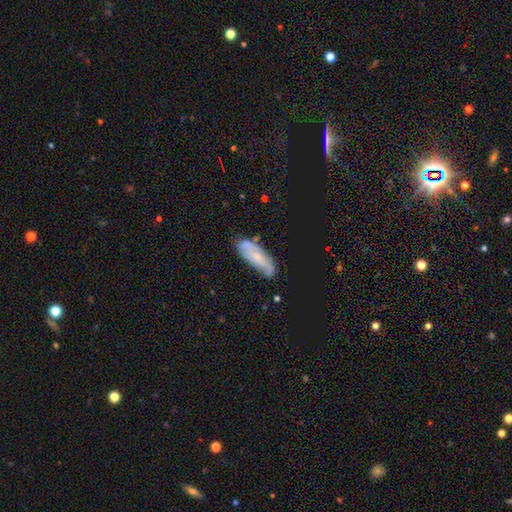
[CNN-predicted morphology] This is possibly a featured or disk galaxy (56%). It is likely not viewed edge-on (79%). Merging: likely none (69%).